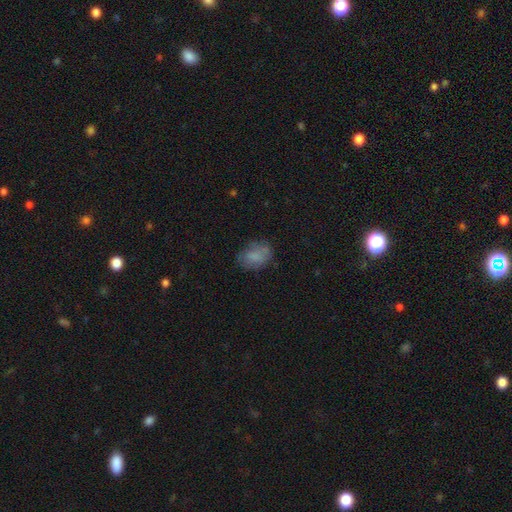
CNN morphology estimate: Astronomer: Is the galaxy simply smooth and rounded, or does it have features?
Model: smooth — 75%.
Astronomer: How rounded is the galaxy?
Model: in between — 80%.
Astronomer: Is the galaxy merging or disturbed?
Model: none — 65%.